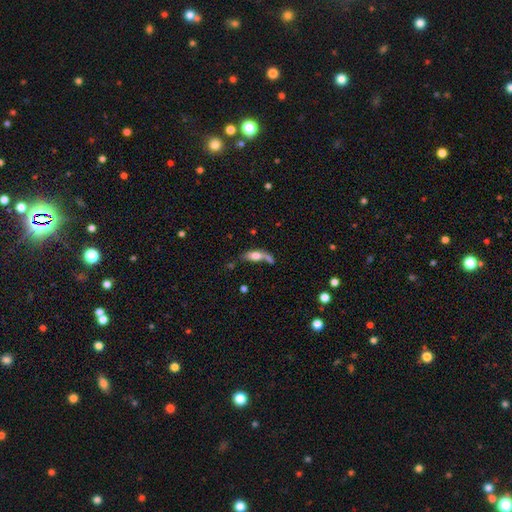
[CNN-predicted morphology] Smooth or featured?
  - smooth: 64% *
  - featured or disk: 27%
  - star or artifact: 9%
How rounded?
  - in between: 64% *
  - cigar-shaped: 31%
  - round: 5%
Merging?
  - none: 35% *
  - merger: 27%
  - major disturbance: 19%
  - minor disturbance: 19%